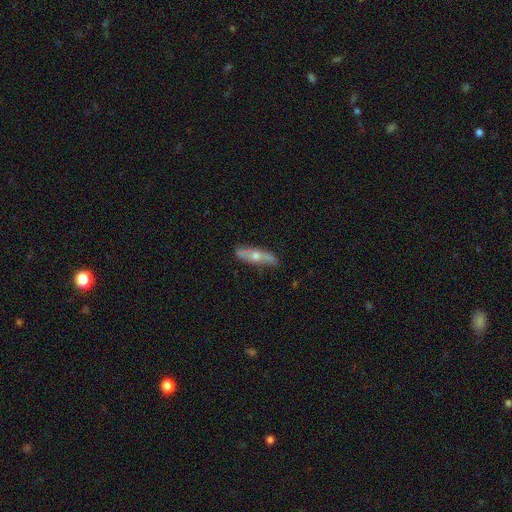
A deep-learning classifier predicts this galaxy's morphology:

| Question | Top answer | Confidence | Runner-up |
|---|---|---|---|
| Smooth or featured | featured or disk | 53% | smooth (36%) |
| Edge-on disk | yes | 61% | no (39%) |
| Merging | none | 79% | minor disturbance (14%) |